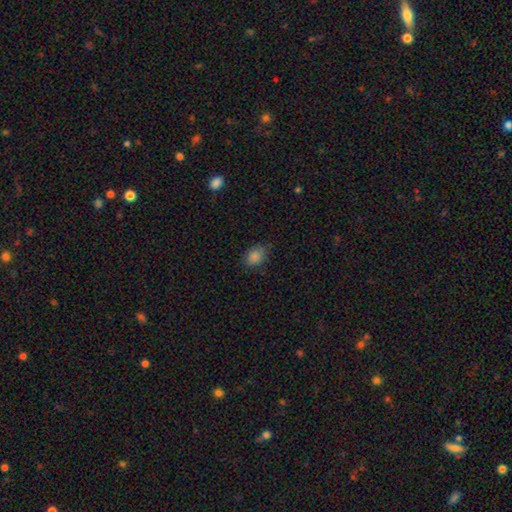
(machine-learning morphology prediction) smooth_or_featured: smooth (p=0.85) [alt: star or artifact p=0.11]
how_rounded: in between (p=0.65) [alt: round p=0.34]
merging: none (p=0.77) [alt: minor disturbance p=0.18]